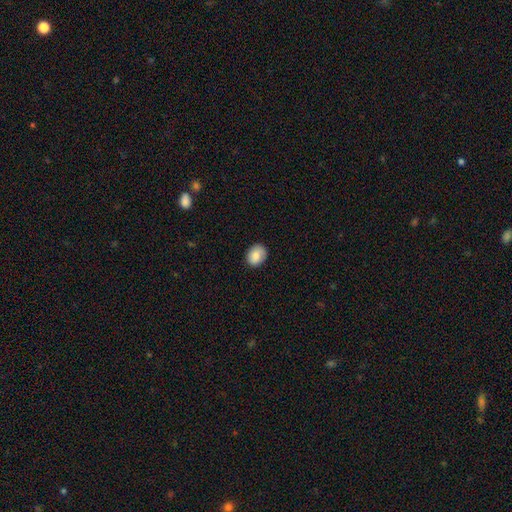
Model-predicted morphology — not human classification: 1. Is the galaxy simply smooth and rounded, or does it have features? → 83% smooth, 10% featured or disk, 8% star or artifact.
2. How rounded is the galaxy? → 53% in between, 46% round, 1% cigar-shaped.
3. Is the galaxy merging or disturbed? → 83% none, 13% minor disturbance, 3% major disturbance, 1% merger.